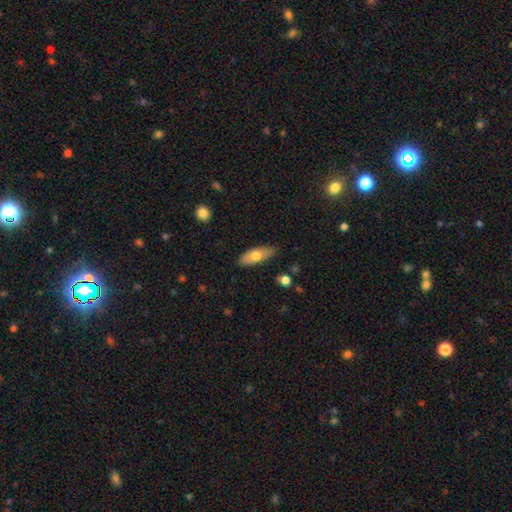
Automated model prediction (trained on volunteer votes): Overall: smooth (68%). How rounded: in between (68%; cigar-shaped 30%). Merging: none (84%).